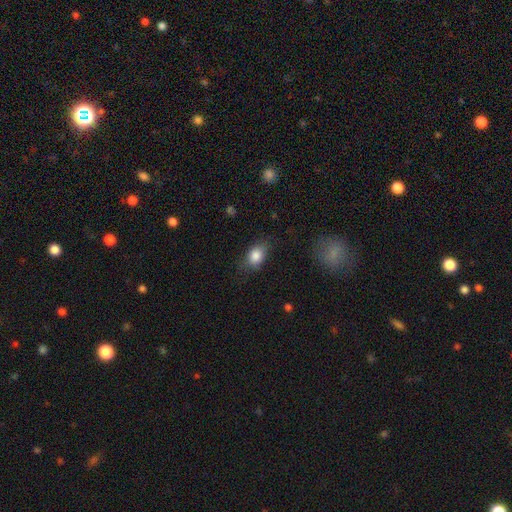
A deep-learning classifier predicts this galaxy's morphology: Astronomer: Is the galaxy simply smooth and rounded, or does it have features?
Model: smooth — 84%.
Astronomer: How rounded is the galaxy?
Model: in between — 74%.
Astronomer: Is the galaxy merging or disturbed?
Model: none — 68%.